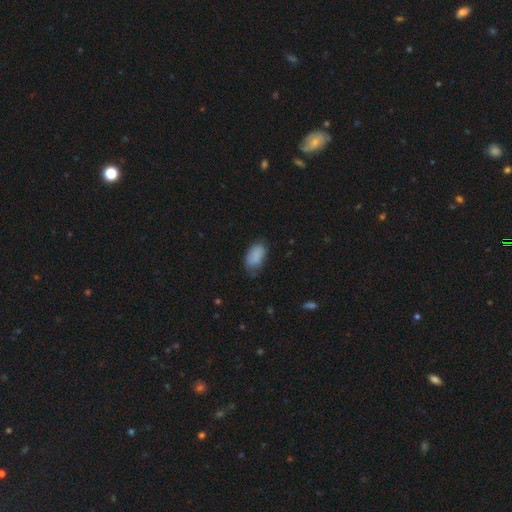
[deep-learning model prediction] A smooth galaxy with no disk features (85%) that is in between round and cigar-shaped (93%).

Vote fractions:
- Smooth or featured? smooth: 85% / star or artifact: 8% / featured or disk: 7%
- How rounded? in between: 93% / round: 5% / cigar-shaped: 2%
- Merging? none: 59% / minor disturbance: 31% / major disturbance: 8% / merger: 2%